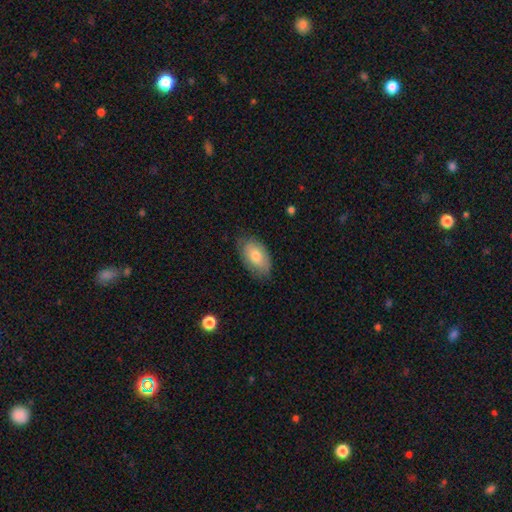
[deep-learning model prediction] smooth-or-featured: smooth: 73% | featured or disk: 21% | star or artifact: 6%
  how-rounded: in between: 93% | round: 5% | cigar-shaped: 2%
  merging: none: 75% | minor disturbance: 20% | major disturbance: 4% | merger: 1%